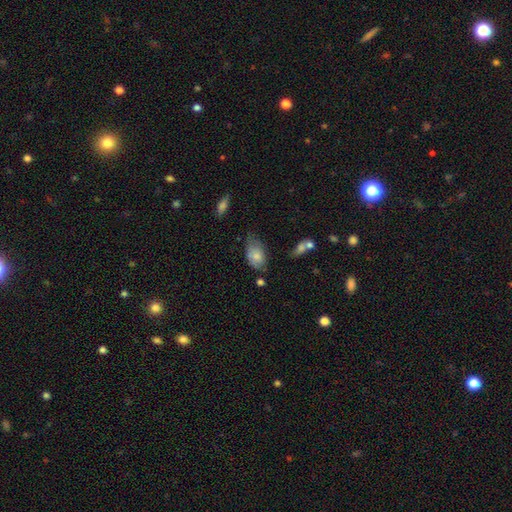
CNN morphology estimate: smooth_or_featured: smooth (p=0.76) [alt: featured or disk p=0.17]
how_rounded: in between (p=0.88) [alt: round p=0.10]
merging: minor disturbance (p=0.43) [alt: none p=0.40]